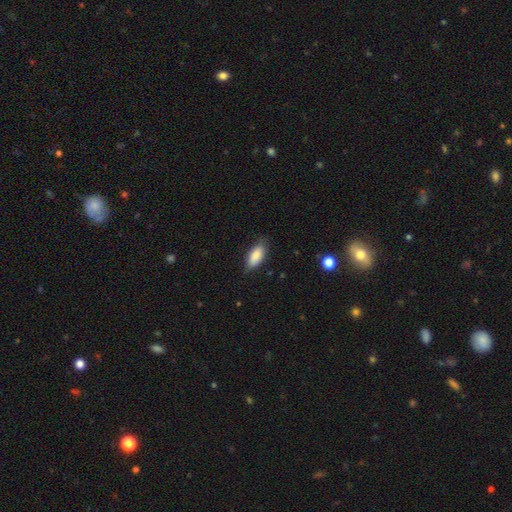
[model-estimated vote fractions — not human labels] A smooth galaxy with no disk features (85%) that is in between round and cigar-shaped (87%).

Vote fractions:
- Smooth or featured? smooth: 85% / featured or disk: 8% / star or artifact: 6%
- How rounded? in between: 87% / cigar-shaped: 11% / round: 2%
- Merging? none: 76% / minor disturbance: 19% / major disturbance: 3% / merger: 1%